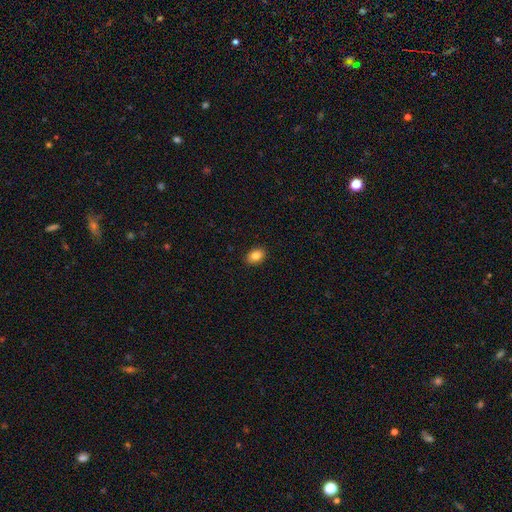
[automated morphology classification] Q: Smooth or featured?
A: smooth (85%); runner-up: star or artifact (9%)
Q: How rounded?
A: in between (77%); runner-up: round (21%)
Q: Merging?
A: none (90%); runner-up: minor disturbance (7%)